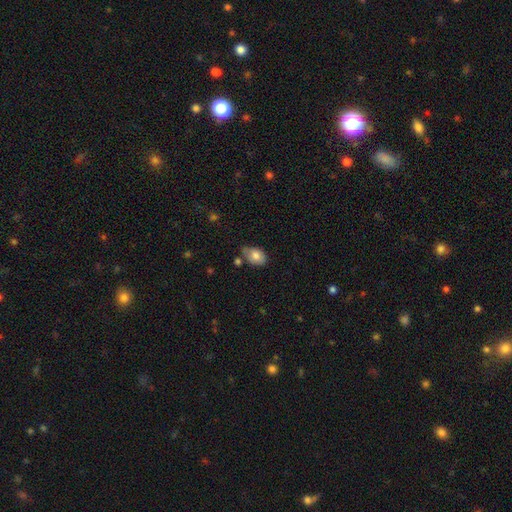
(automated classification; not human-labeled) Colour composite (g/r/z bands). It shows a smooth galaxy with no disk features (78%) that is in between round and cigar-shaped (81%). Merging: none (56%).